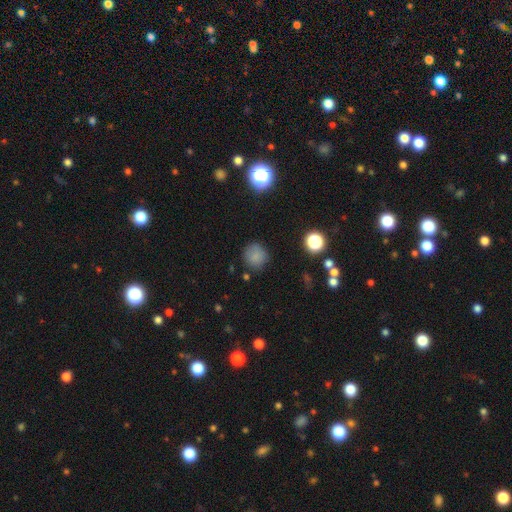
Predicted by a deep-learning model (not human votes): Smooth or featured? Predicted: smooth (p=0.79). How rounded? Predicted: round (p=0.92). Merging? Predicted: none (p=0.82).